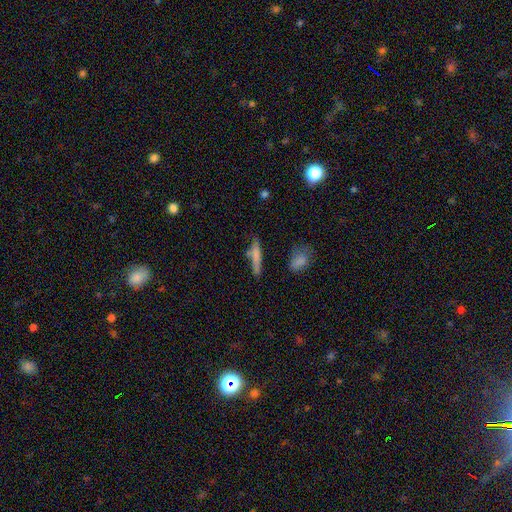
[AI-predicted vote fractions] The model was most divided on "merging": none: 65%, minor disturbance: 20%, merger: 9%, major disturbance: 6%. More confident: how rounded — cigar-shaped (85%); smooth or featured — smooth (72%).